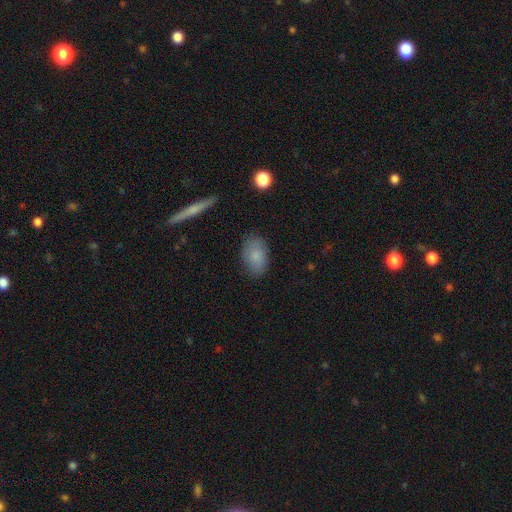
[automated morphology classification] The model was most divided on "merging": none: 81%, minor disturbance: 14%, major disturbance: 3%, merger: 1%. More confident: how rounded — in between (90%); smooth or featured — smooth (83%).